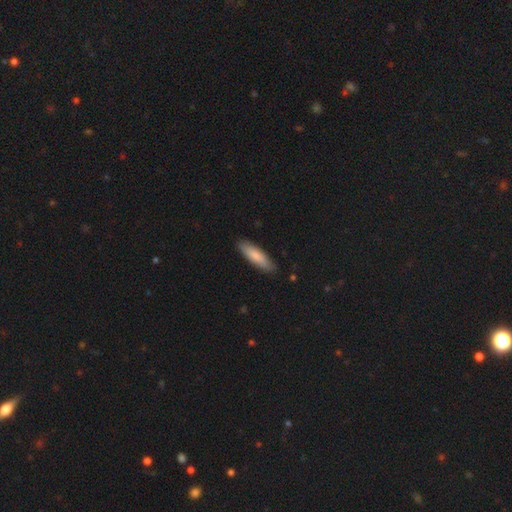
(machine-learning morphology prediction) smooth_or_featured: smooth (p=0.82) [alt: featured or disk p=0.13]
how_rounded: cigar-shaped (p=0.63) [alt: in between p=0.36]
merging: none (p=0.87) [alt: minor disturbance p=0.10]